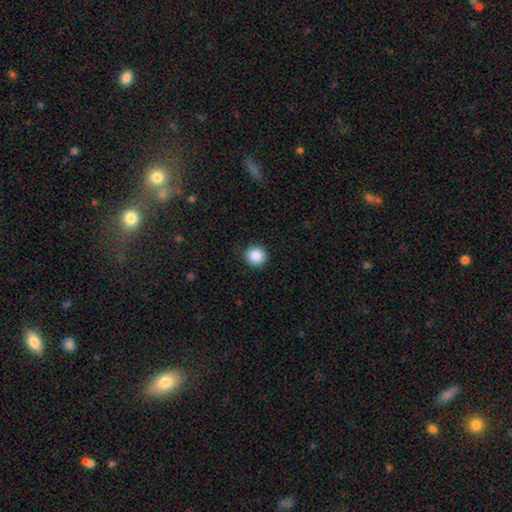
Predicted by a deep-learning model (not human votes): A smooth galaxy with no disk features (89%) that is round (94%). Merging: none (91%).